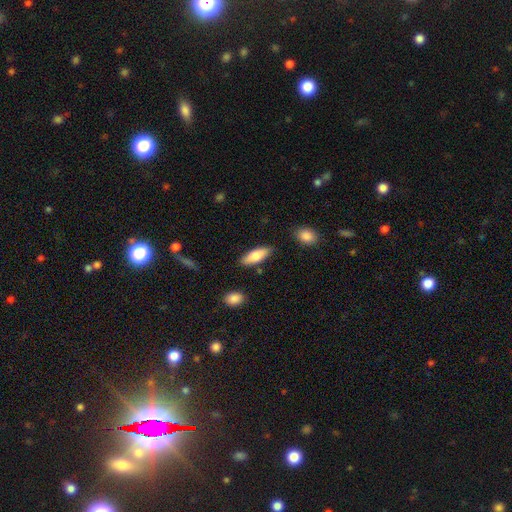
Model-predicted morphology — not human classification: Smooth or featured?
  - smooth: 78% *
  - featured or disk: 16%
  - star or artifact: 6%
How rounded?
  - in between: 65% *
  - cigar-shaped: 33%
  - round: 2%
Merging?
  - none: 83% *
  - minor disturbance: 11%
  - merger: 3%
  - major disturbance: 2%